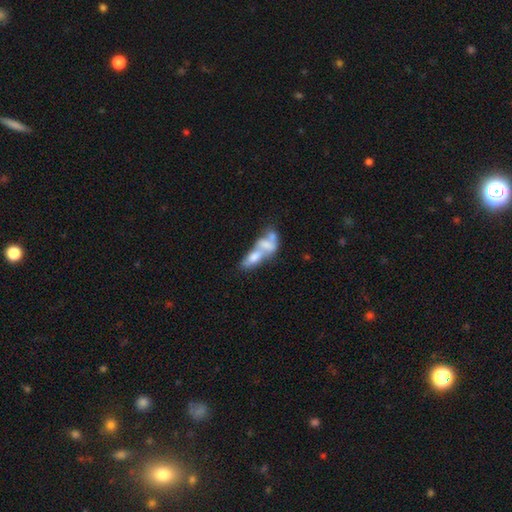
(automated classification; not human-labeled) Morphology: type=featured or disk (47%); merging=merger (65%).